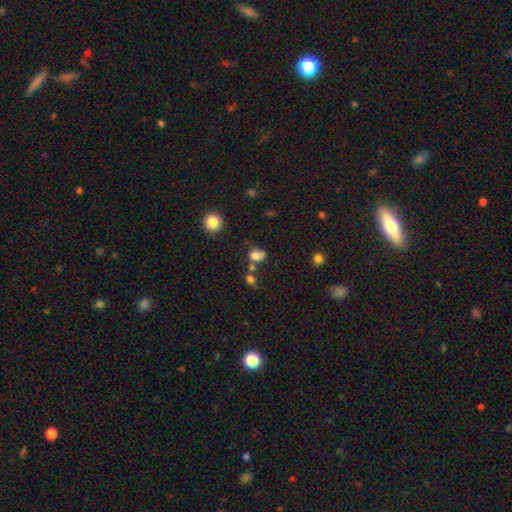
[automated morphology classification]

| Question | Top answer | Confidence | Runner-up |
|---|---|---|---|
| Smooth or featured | smooth | 75% | star or artifact (13%) |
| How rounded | round | 54% | in between (45%) |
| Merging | none | 39% | merger (29%) |